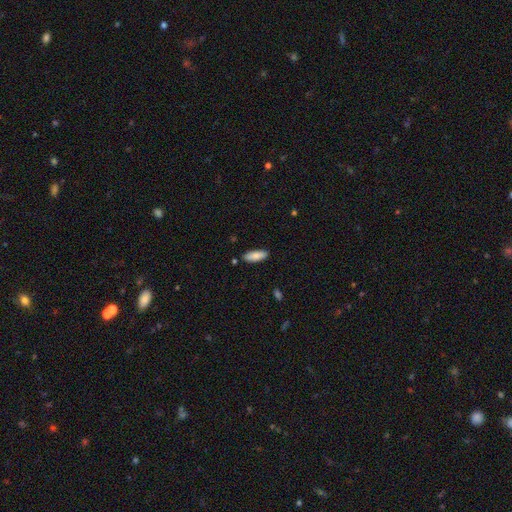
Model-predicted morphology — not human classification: A smooth galaxy with no disk features (85%) that is in between round and cigar-shaped (69%). Merging: none (85%).